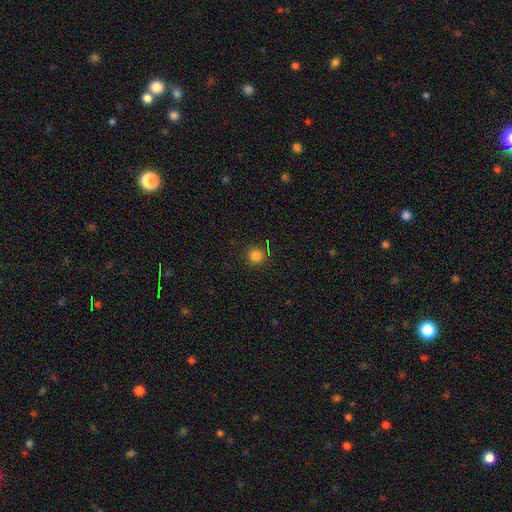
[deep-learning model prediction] smooth 82%, star or artifact 14%, featured or disk 4%. Down the decision tree: how rounded — round (95%); merging — none (90%).